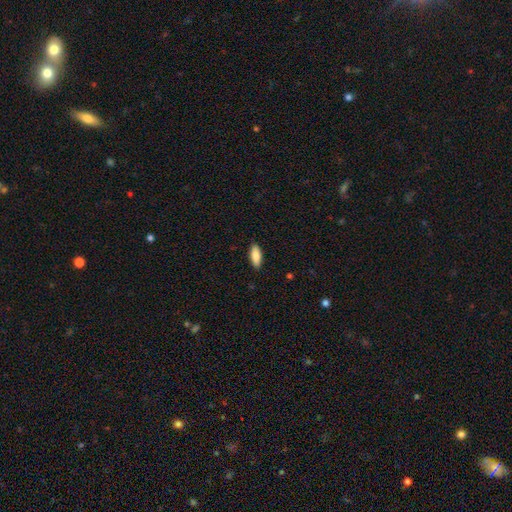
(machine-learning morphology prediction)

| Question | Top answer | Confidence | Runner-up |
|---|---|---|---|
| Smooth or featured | smooth | 86% | featured or disk (8%) |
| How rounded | in between | 74% | cigar-shaped (24%) |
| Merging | none | 89% | minor disturbance (8%) |